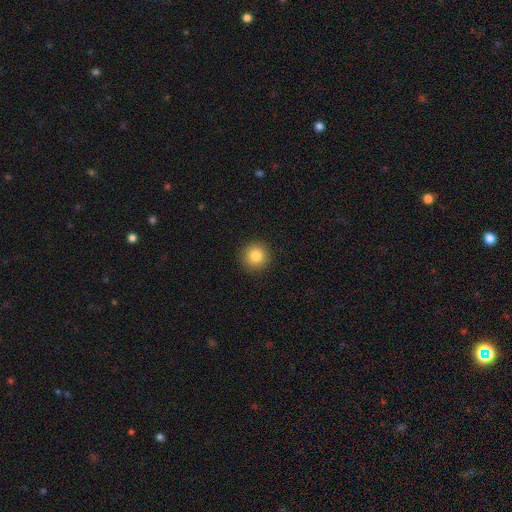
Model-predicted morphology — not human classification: smooth 84%, star or artifact 10%, featured or disk 6%. Down the decision tree: how rounded — round (95%); merging — none (92%).